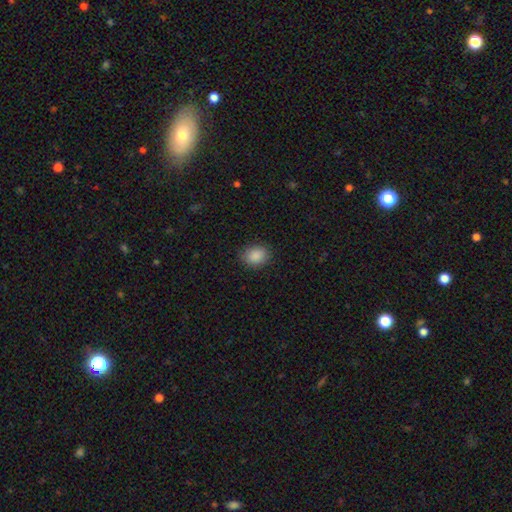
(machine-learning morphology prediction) A smooth galaxy with no disk features (88%) that is in between round and cigar-shaped (53%).

Vote fractions:
- Smooth or featured? smooth: 88% / star or artifact: 9% / featured or disk: 3%
- How rounded? in between: 53% / round: 46% / cigar-shaped: 1%
- Merging? none: 87% / minor disturbance: 10% / major disturbance: 3% / merger: 1%